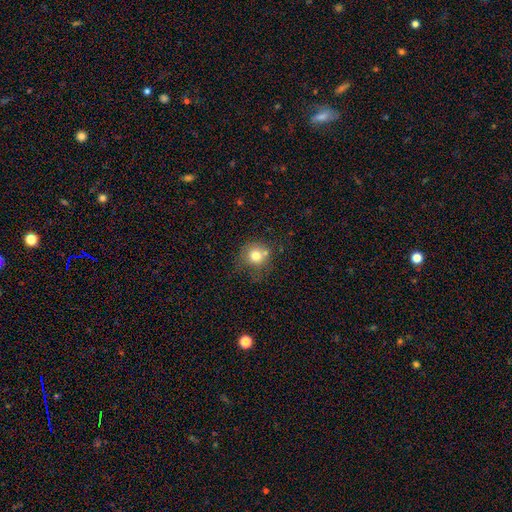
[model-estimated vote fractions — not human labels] Morphology: type=smooth (76%); roundness=round (85%); merging=none (50%).